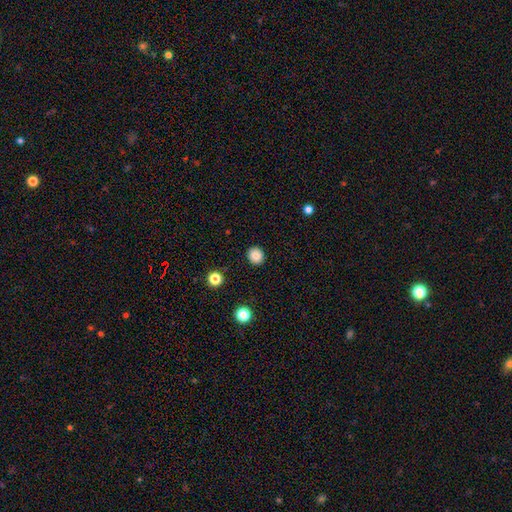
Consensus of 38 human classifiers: Volunteers were most divided on "how rounded": round: 91%, in between: 9%, cigar-shaped: 0%. More confident: merging — none (94%); smooth or featured — smooth (92%).